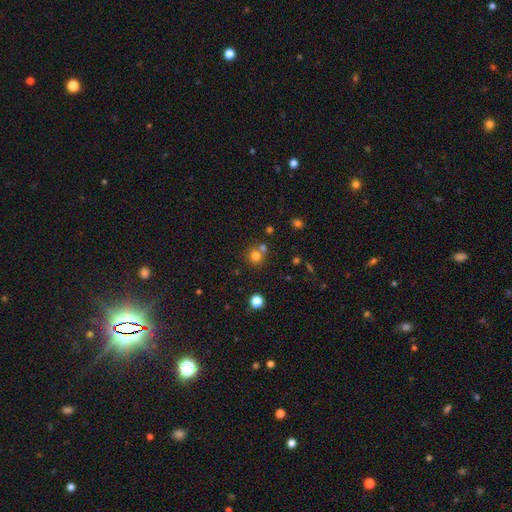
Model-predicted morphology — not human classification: Smooth or featured: smooth — 74% (star or artifact — 17%)
How rounded: round — 88% (in between — 11%)
Merging: none — 58% (merger — 32%)